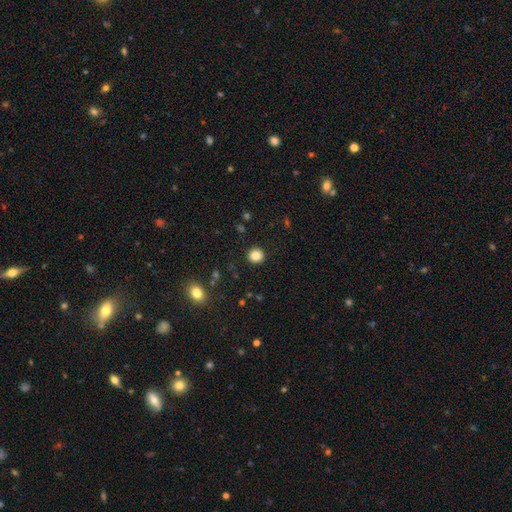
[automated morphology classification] smooth-or-featured: smooth: 85% | star or artifact: 11% | featured or disk: 4%
  how-rounded: round: 91% | in between: 8% | cigar-shaped: 1%
  merging: none: 92% | minor disturbance: 5% | major disturbance: 2% | merger: 1%